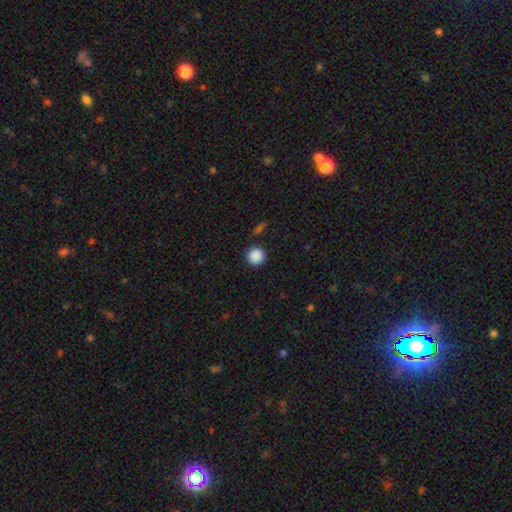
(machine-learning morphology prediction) The model was most divided on "smooth or featured": smooth: 89%, star or artifact: 9%, featured or disk: 3%. More confident: how rounded — round (95%); merging — none (89%).